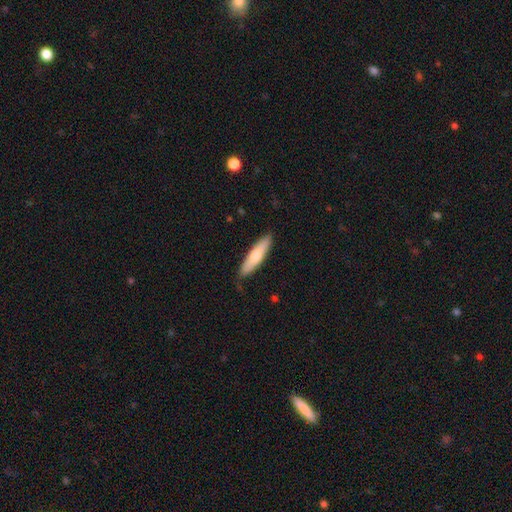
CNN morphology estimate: type=smooth (67%); roundness=cigar-shaped (72%); merging=none (85%).